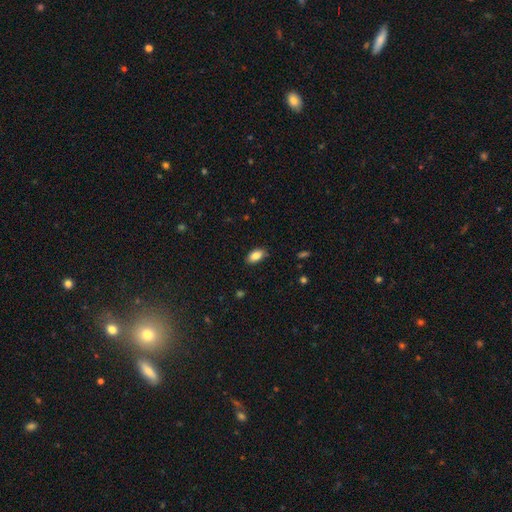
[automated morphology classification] Q: Smooth or featured?
A: smooth (86%); runner-up: star or artifact (8%)
Q: How rounded?
A: in between (92%); runner-up: round (5%)
Q: Merging?
A: none (84%); runner-up: minor disturbance (13%)